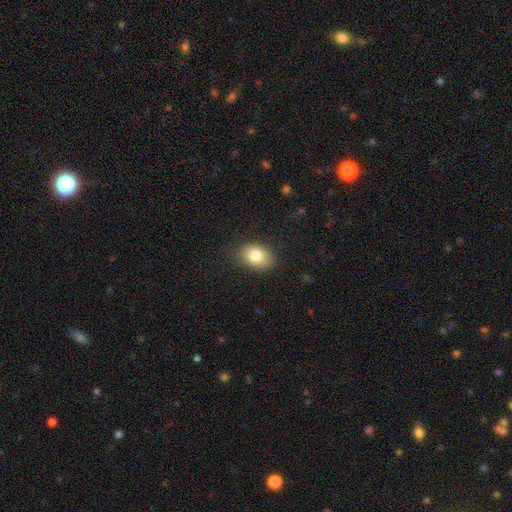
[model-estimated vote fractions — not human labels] Smooth or featured: smooth — 81% (featured or disk — 10%)
How rounded: in between — 76% (round — 23%)
Merging: none — 83% (minor disturbance — 13%)